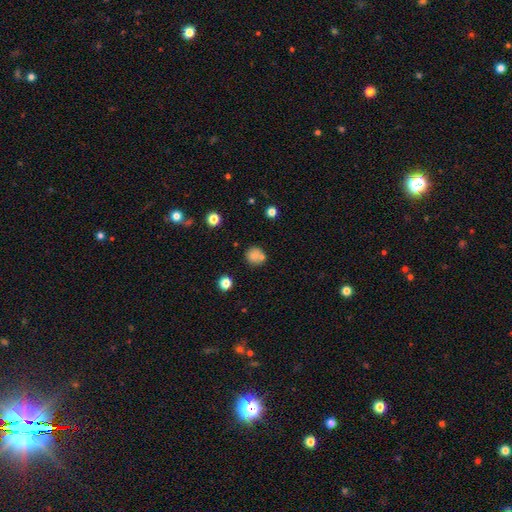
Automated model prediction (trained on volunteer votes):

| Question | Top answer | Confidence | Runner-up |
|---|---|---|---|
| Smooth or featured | smooth | 75% | star or artifact (13%) |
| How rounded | round | 90% | in between (9%) |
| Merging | none | 66% | merger (20%) |